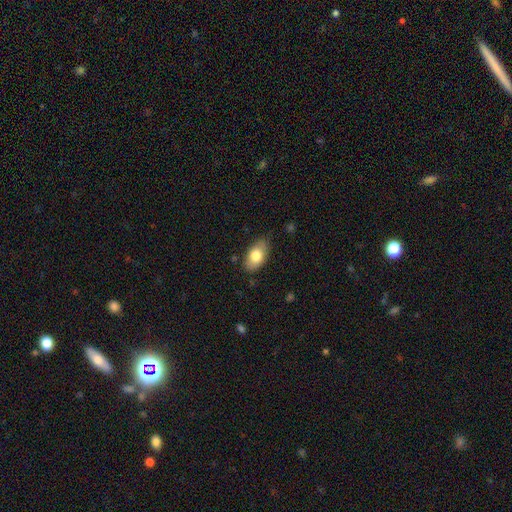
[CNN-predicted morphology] Smooth or featured? smooth (77%)
How rounded? in between (92%)
Merging? none (78%)